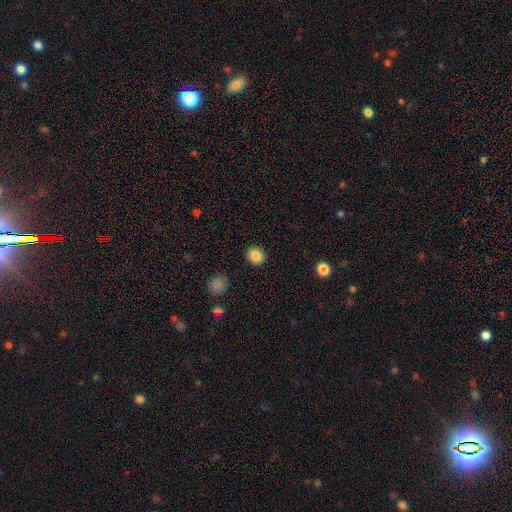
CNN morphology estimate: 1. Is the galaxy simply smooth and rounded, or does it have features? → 86% smooth, 10% star or artifact, 4% featured or disk.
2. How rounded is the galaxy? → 88% round, 11% in between, 1% cigar-shaped.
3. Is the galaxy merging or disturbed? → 92% none, 5% minor disturbance, 2% major disturbance, 1% merger.